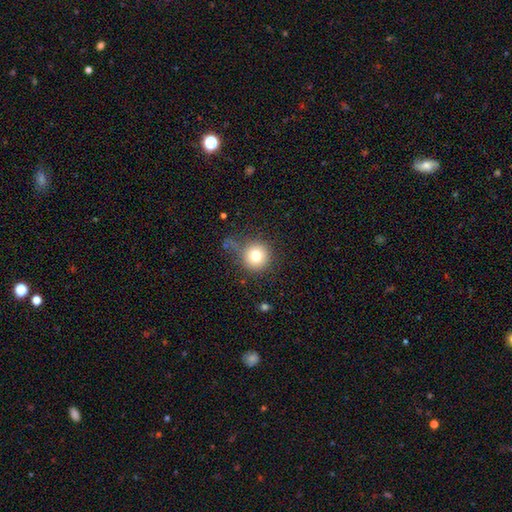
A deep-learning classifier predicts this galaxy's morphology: Smooth or featured? smooth (76%)
How rounded? round (95%)
Merging? none (70%)